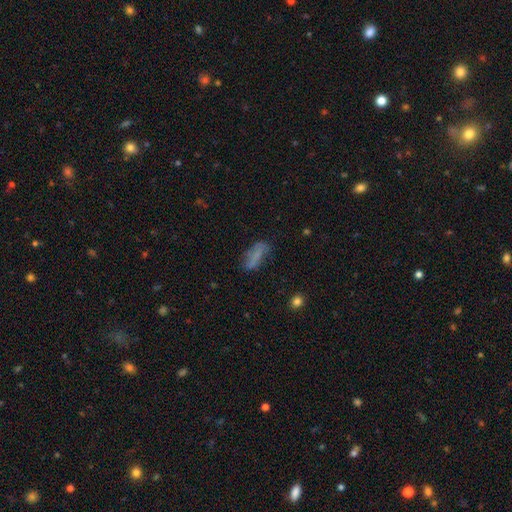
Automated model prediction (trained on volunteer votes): Smooth or featured? Predicted: smooth (p=0.66). How rounded? Predicted: in between (p=0.63). Merging? Predicted: none (p=0.61).